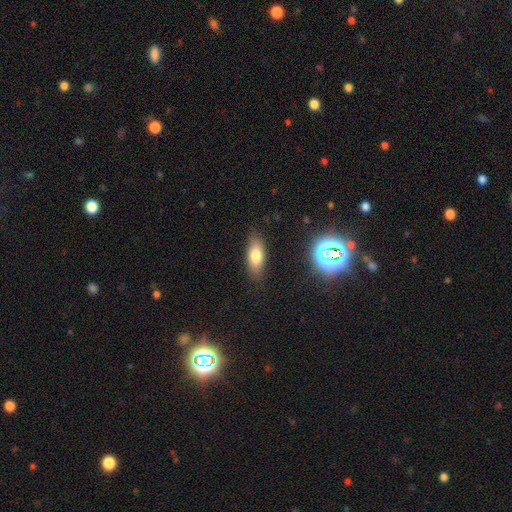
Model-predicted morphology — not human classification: type=smooth (73%); roundness=in between (74%); merging=none (84%).